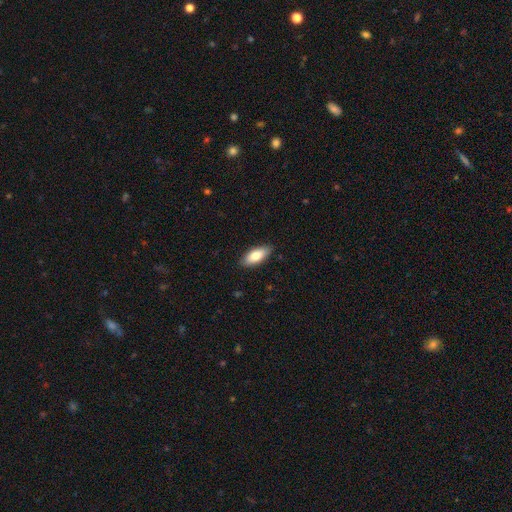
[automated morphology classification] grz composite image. It shows a smooth galaxy with no disk features (80%) that is in between round and cigar-shaped (84%). Merging: none (88%).